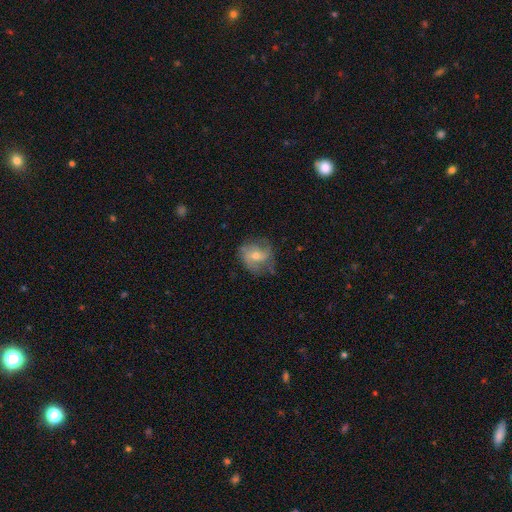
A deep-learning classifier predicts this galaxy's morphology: Q: Smooth or featured?
A: featured or disk (61%); runner-up: smooth (31%)
Q: Edge-on disk?
A: no (97%); runner-up: yes (3%)
Q: Bar?
A: no (54%); runner-up: weak (35%)
Q: Spiral arms?
A: yes (84%); runner-up: no (16%)
Q: Bulge size?
A: moderate (54%); runner-up: small (41%)
Q: Merging?
A: none (63%); runner-up: minor disturbance (25%)